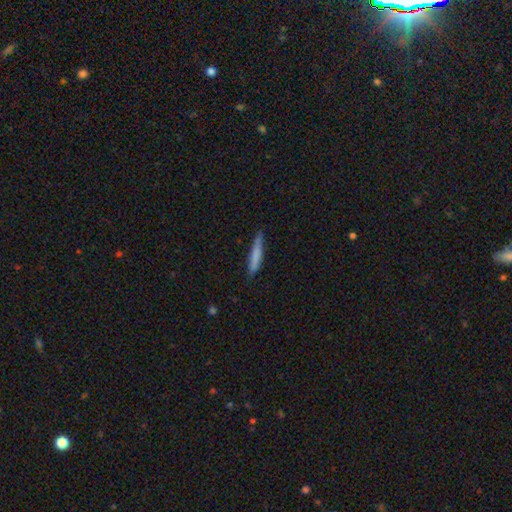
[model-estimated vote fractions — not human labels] A smooth galaxy with no disk features (75%) that is cigar-shaped (92%). Merging: none (80%).